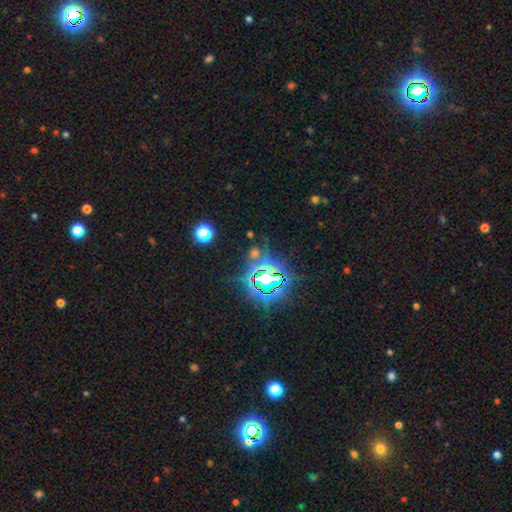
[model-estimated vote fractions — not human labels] A star or artifact, not a galaxy (76%).

Vote fractions:
- Smooth or featured? star or artifact: 76% / smooth: 15% / featured or disk: 9%